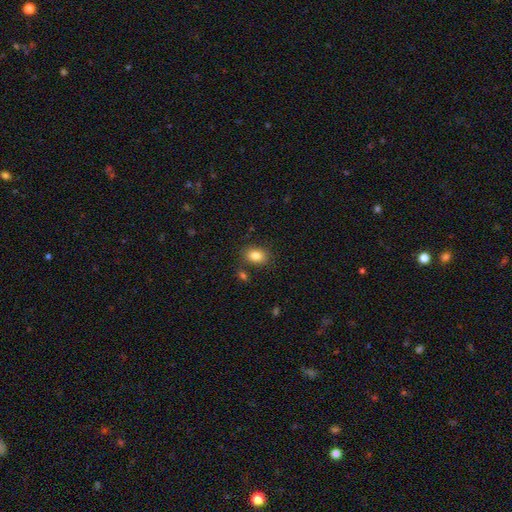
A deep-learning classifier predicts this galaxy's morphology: This appears to be a smooth galaxy with no disk features (84%) that is in between round and cigar-shaped (76%). Merging: none (80%).